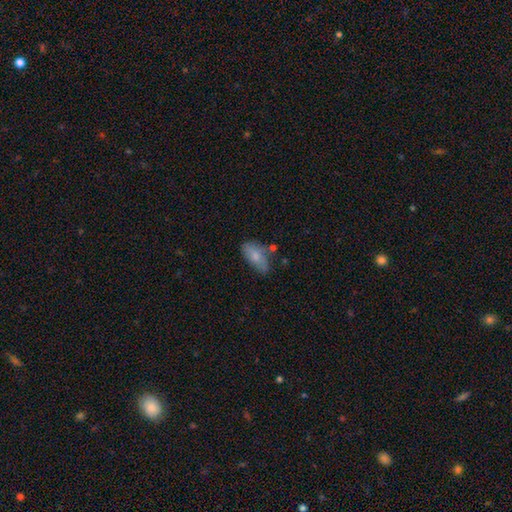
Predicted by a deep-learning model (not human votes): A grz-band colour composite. It shows a smooth galaxy with no disk features (73%) that is in between round and cigar-shaped (88%). Merging: none (55%).